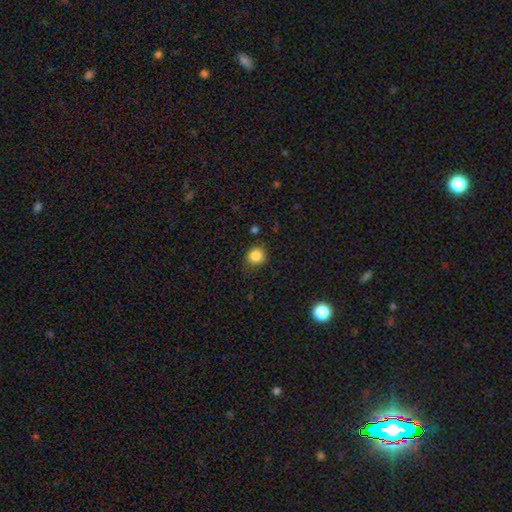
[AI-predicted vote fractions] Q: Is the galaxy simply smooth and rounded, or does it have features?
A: smooth — 84%.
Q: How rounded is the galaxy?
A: round — 87%.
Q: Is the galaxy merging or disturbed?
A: none — 82%.